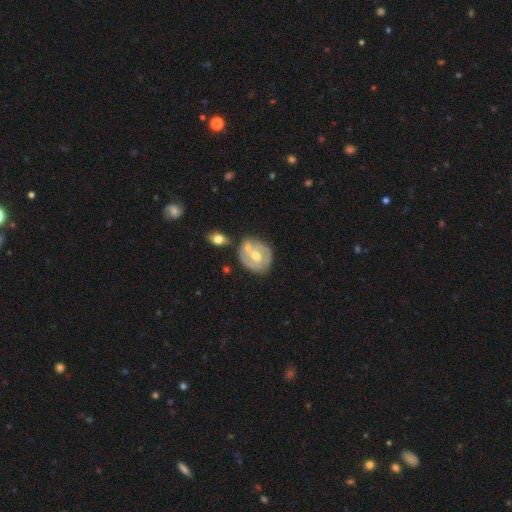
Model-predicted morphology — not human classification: This is likely a featured or disk galaxy (63%). It is clearly not viewed edge-on (96%). Bar: possibly no (50%). Spiral arm pattern: likely yes (62%). Central bulge: likely moderate (73%). Merging: possibly none (48%).